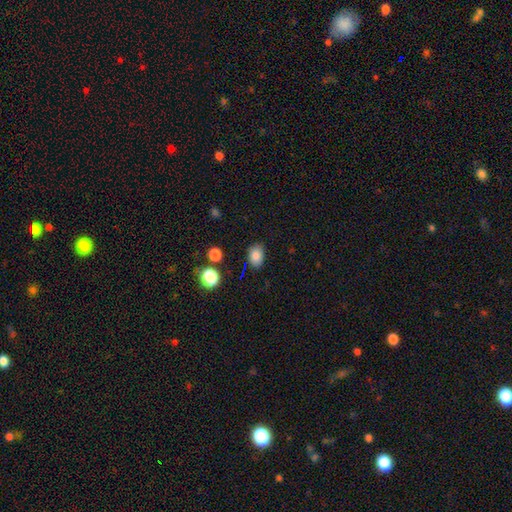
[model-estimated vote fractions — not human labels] The model was most divided on "how rounded": in between: 77%, round: 22%, cigar-shaped: 1%. More confident: smooth or featured — smooth (84%); merging — none (81%).